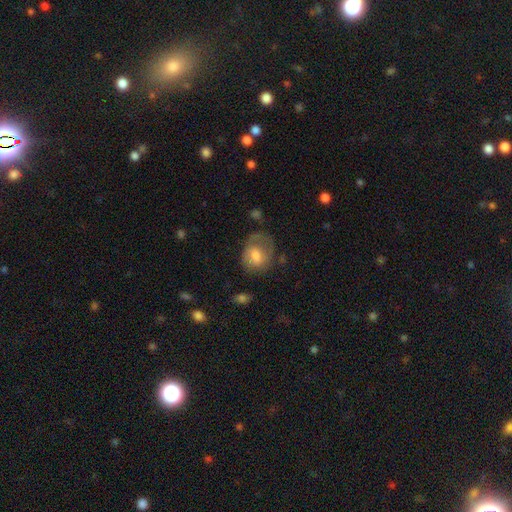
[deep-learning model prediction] Smooth or featured?
  - smooth: 58% *
  - featured or disk: 34%
  - star or artifact: 8%
How rounded?
  - in between: 52% *
  - round: 47%
  - cigar-shaped: 1%
Merging?
  - none: 46% *
  - minor disturbance: 27%
  - major disturbance: 24%
  - merger: 2%